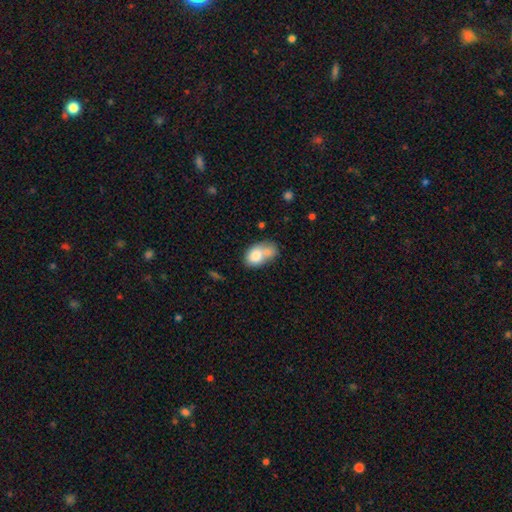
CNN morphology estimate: A smooth galaxy with no disk features (75%) that is in between round and cigar-shaped (76%). Merging: merger (56%).